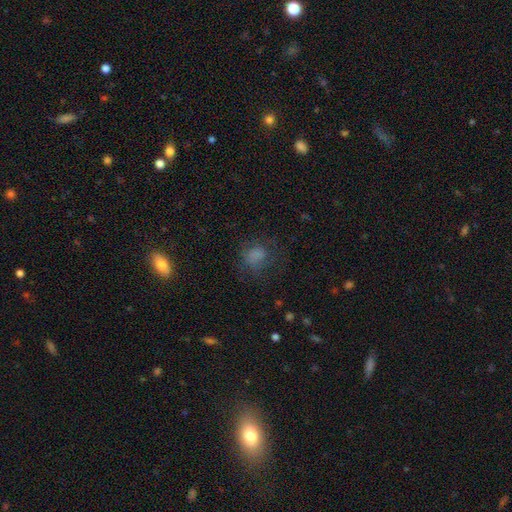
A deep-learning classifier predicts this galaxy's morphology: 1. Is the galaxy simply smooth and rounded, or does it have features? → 68% smooth, 17% star or artifact, 15% featured or disk.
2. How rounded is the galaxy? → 69% round, 30% in between, 1% cigar-shaped.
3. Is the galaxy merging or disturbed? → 59% none, 20% minor disturbance, 19% major disturbance, 2% merger.